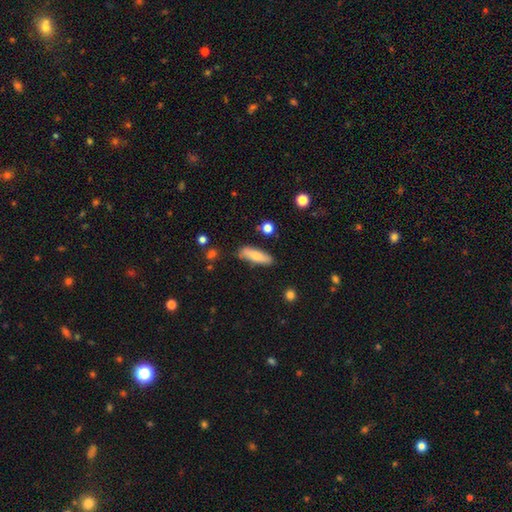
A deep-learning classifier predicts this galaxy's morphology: Smooth or featured? Predicted: smooth (p=0.73). How rounded? Predicted: cigar-shaped (p=0.53). Merging? Predicted: none (p=0.79).